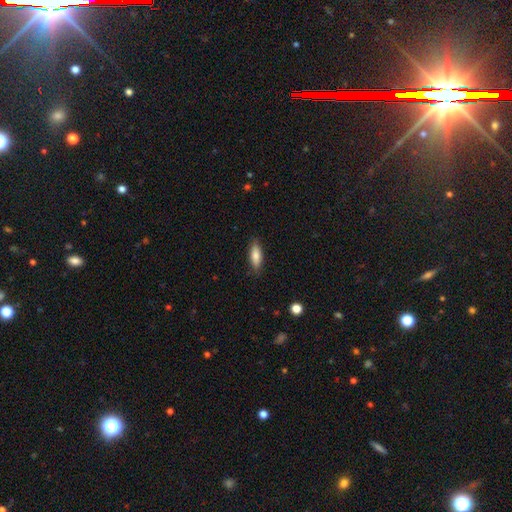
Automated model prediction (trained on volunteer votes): A smooth galaxy with no disk features (80%) that is in between round and cigar-shaped (65%). Merging: none (85%).